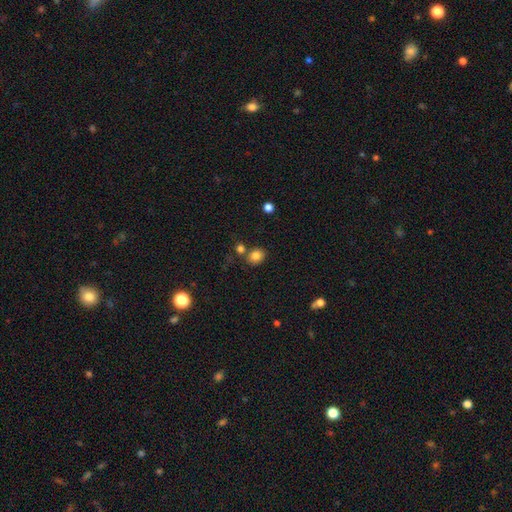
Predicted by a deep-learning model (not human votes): Overall: smooth (81%). How rounded: round (62%; in between 37%). Merging: none (73%).